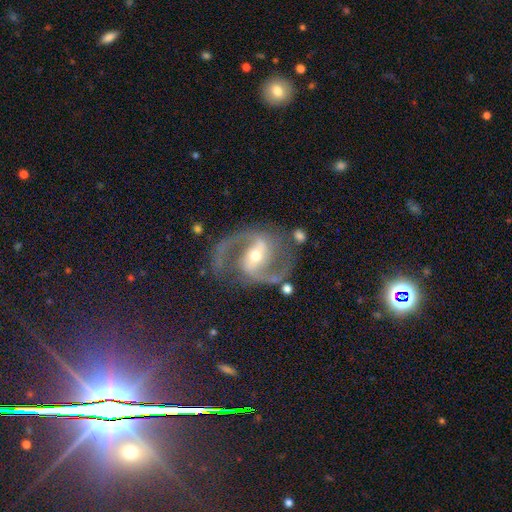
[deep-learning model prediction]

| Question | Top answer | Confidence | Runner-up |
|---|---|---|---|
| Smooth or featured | featured or disk | 92% | star or artifact (5%) |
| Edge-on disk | no | 98% | yes (2%) |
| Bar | strong | 53% | weak (33%) |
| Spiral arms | yes | 98% | no (2%) |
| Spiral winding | medium | 64% | loose (23%) |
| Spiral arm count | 2 | 94% | can't tell (1%) |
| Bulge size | moderate | 54% | small (42%) |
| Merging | none | 77% | minor disturbance (13%) |